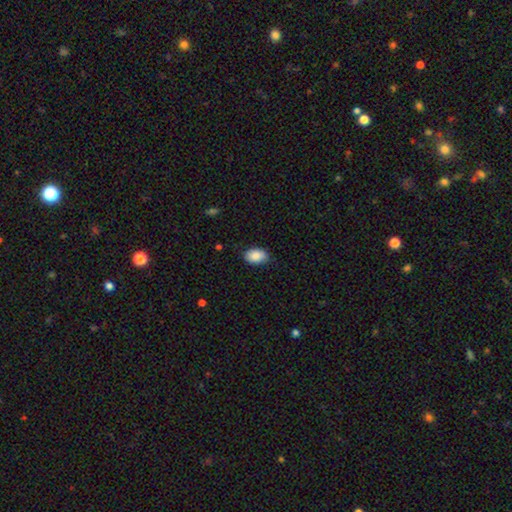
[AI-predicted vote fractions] Smooth or featured: smooth — 88% (star or artifact — 7%)
How rounded: in between — 88% (round — 11%)
Merging: none — 83% (minor disturbance — 14%)